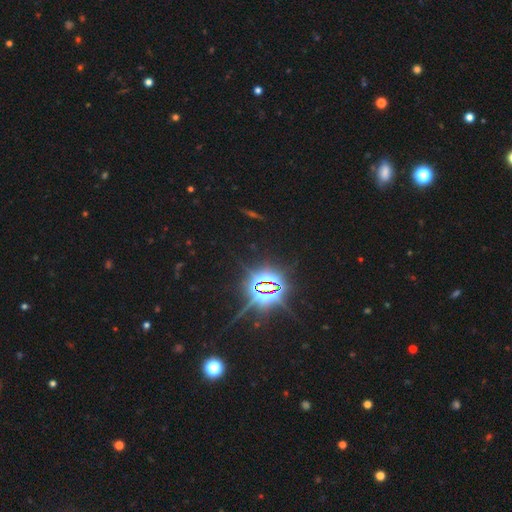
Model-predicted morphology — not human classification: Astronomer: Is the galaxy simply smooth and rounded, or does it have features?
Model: star or artifact — 85%.